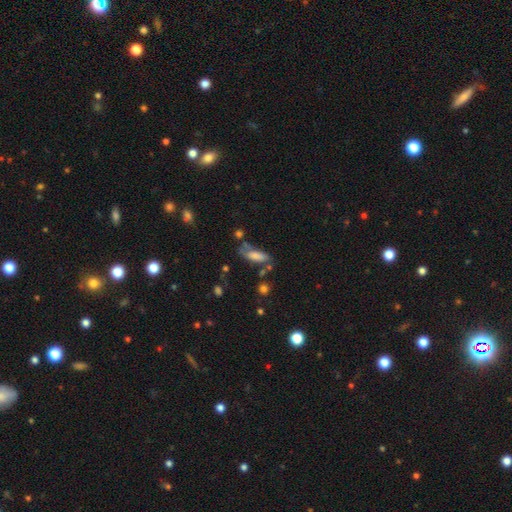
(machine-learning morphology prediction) Q: Smooth or featured?
A: smooth (68%); runner-up: featured or disk (23%)
Q: How rounded?
A: in between (68%); runner-up: cigar-shaped (30%)
Q: Merging?
A: none (44%); runner-up: minor disturbance (26%)